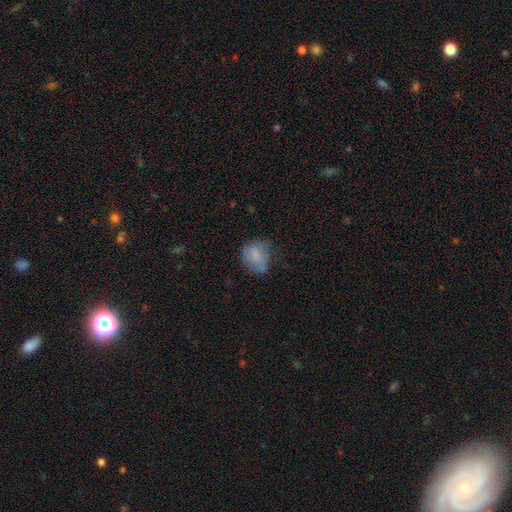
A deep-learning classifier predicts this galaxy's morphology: This appears to be a smooth galaxy with no disk features (69%) that is round (56%). Merging: none (48%).